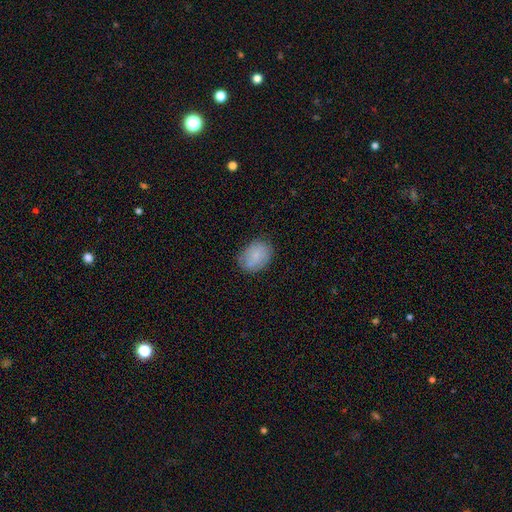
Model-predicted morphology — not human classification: type=smooth (81%); roundness=in between (65%); merging=none (75%).